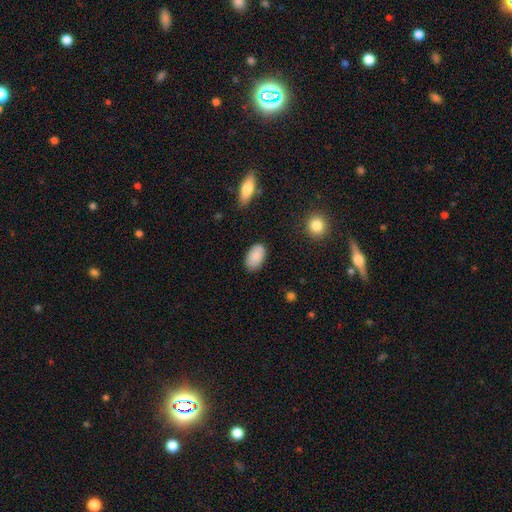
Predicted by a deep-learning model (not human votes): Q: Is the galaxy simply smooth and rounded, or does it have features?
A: smooth — 88%.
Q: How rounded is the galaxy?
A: in between — 94%.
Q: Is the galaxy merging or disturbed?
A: none — 84%.